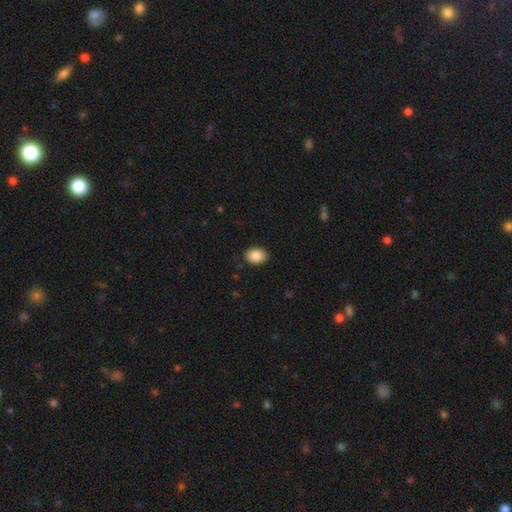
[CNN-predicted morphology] smooth 87%, star or artifact 8%, featured or disk 5%. Down the decision tree: how rounded — in between (71%); merging — none (88%).